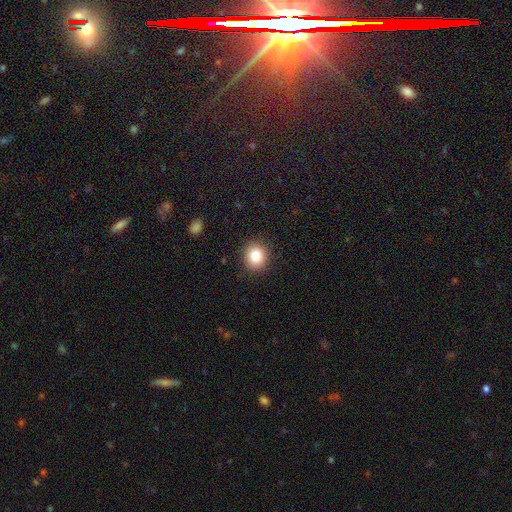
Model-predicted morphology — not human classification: A smooth galaxy with no disk features (86%) that is round (75%).

Vote fractions:
- Smooth or featured? smooth: 86% / star or artifact: 9% / featured or disk: 4%
- How rounded? round: 75% / in between: 24% / cigar-shaped: 1%
- Merging? none: 87% / minor disturbance: 9% / major disturbance: 3% / merger: 1%